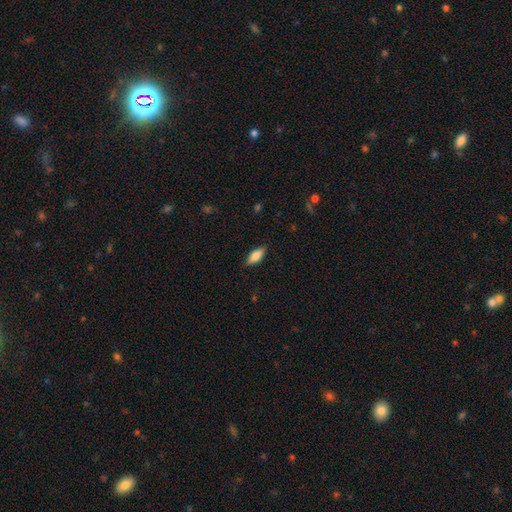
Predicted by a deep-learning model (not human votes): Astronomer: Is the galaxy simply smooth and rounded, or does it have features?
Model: smooth — 74%.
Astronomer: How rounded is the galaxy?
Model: in between — 76%.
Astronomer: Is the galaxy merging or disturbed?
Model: none — 84%.